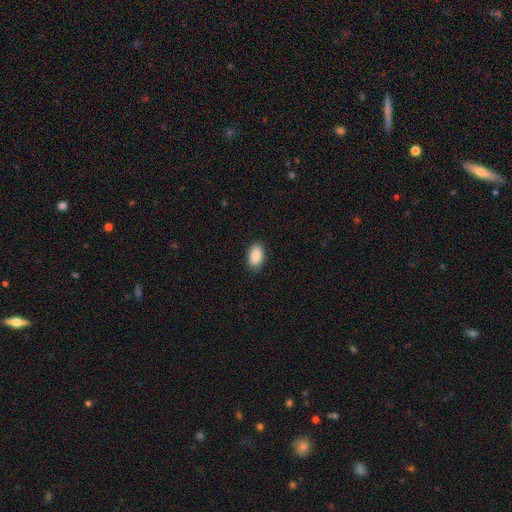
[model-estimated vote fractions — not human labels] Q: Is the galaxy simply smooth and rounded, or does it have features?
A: smooth — 90%.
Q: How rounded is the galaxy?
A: in between — 93%.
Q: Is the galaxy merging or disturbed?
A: none — 88%.